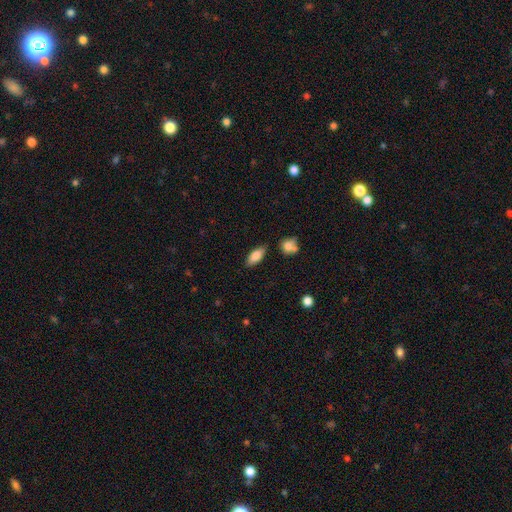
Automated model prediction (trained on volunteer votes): Smooth or featured? smooth (80%)
How rounded? in between (80%)
Merging? none (83%)